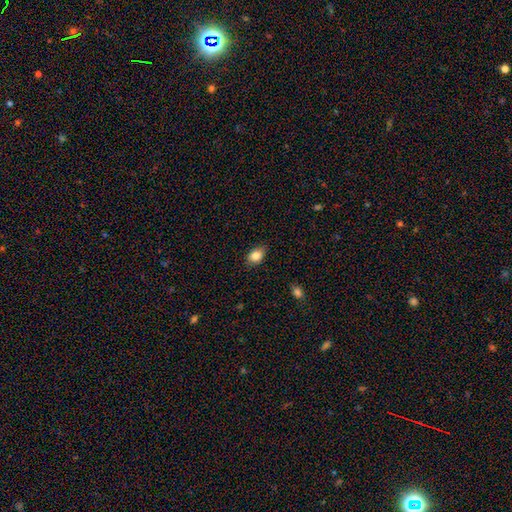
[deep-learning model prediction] Morphology: type=smooth (85%); roundness=in between (79%); merging=none (80%).